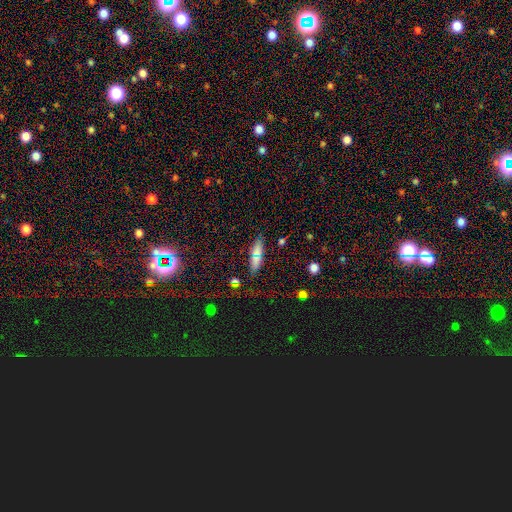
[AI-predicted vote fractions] This is possibly a smooth galaxy (49%). Merging: likely none (71%).